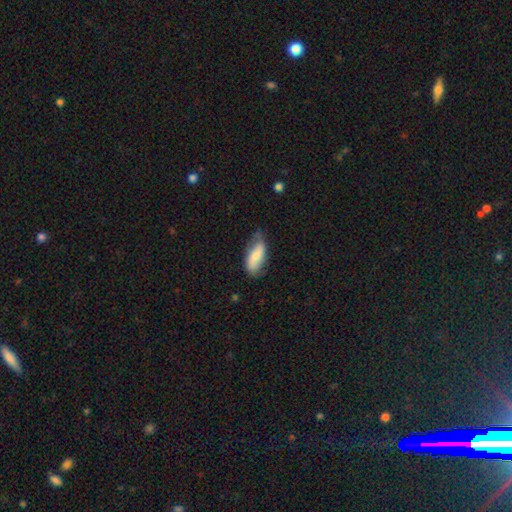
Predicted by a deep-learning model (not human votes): The model was most divided on "merging": none: 55%, minor disturbance: 34%, major disturbance: 8%, merger: 2%. More confident: how rounded — in between (84%); smooth or featured — smooth (61%).